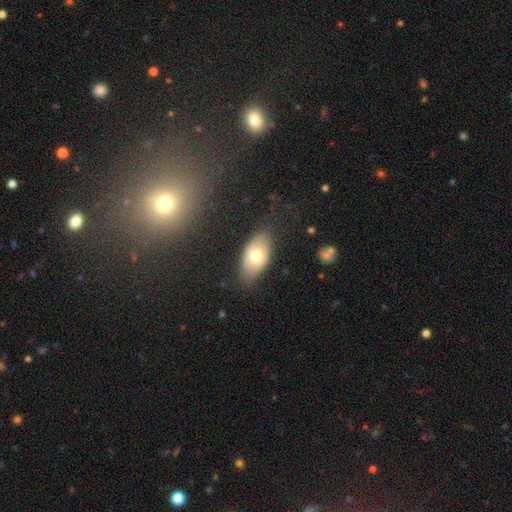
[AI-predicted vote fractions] smooth-or-featured: smooth: 61% | featured or disk: 32% | star or artifact: 7%
  how-rounded: in between: 93% | round: 5% | cigar-shaped: 2%
  merging: none: 79% | minor disturbance: 16% | major disturbance: 4% | merger: 1%